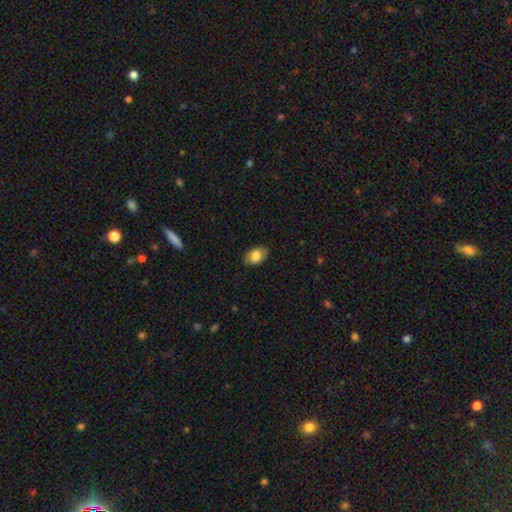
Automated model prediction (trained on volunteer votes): Smooth or featured? smooth (82%)
How rounded? in between (87%)
Merging? none (86%)